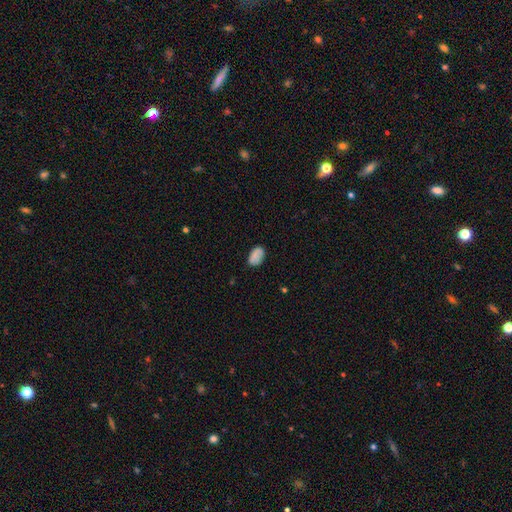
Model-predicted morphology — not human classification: This is likely a smooth galaxy (79%). How rounded: clearly in between (90%). Merging: likely none (74%).